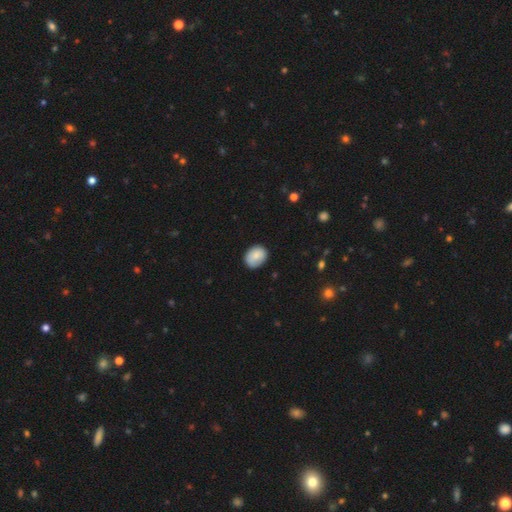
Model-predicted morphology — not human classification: type=smooth (82%); roundness=round (50%); merging=none (78%).